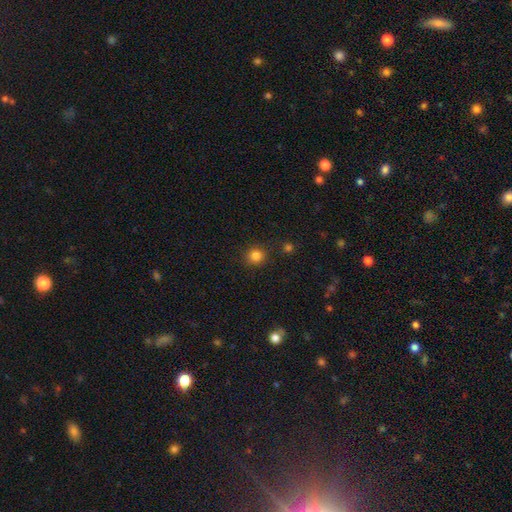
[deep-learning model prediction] smooth_or_featured: smooth (p=0.83) [alt: star or artifact p=0.13]
how_rounded: round (p=0.87) [alt: in between p=0.12]
merging: none (p=0.86) [alt: minor disturbance p=0.09]